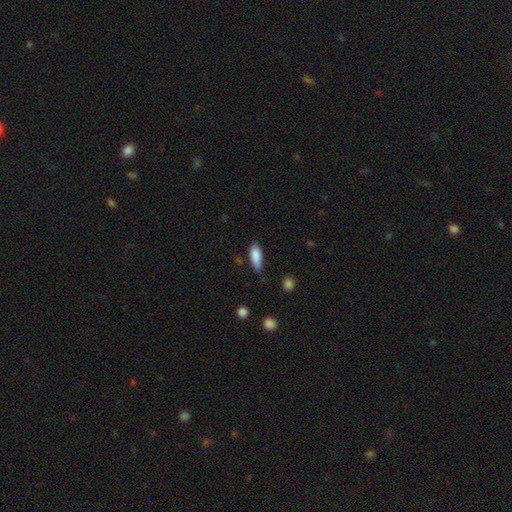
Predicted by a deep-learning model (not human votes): Smooth or featured? smooth (85%)
How rounded? in between (69%)
Merging? none (60%)